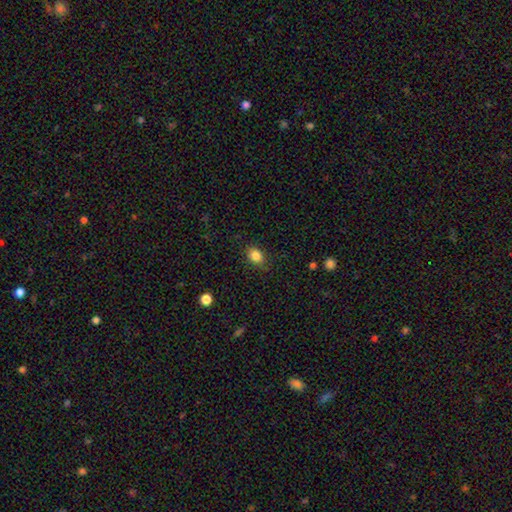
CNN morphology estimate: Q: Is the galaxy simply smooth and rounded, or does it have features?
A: smooth — 85%.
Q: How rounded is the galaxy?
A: in between — 65%.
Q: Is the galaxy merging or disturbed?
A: none — 83%.